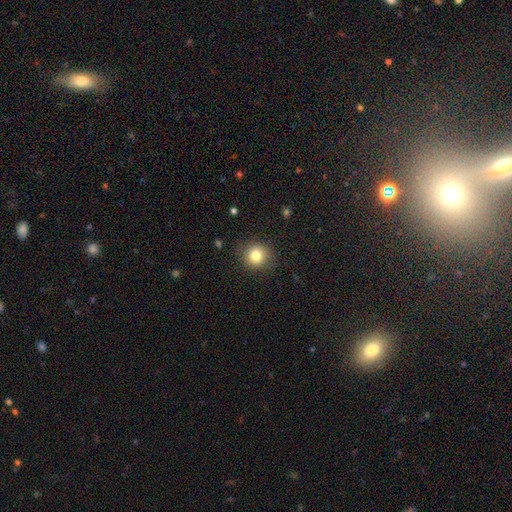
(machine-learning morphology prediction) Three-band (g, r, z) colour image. It shows a smooth galaxy with no disk features (82%) that is round (87%). Merging: none (87%).